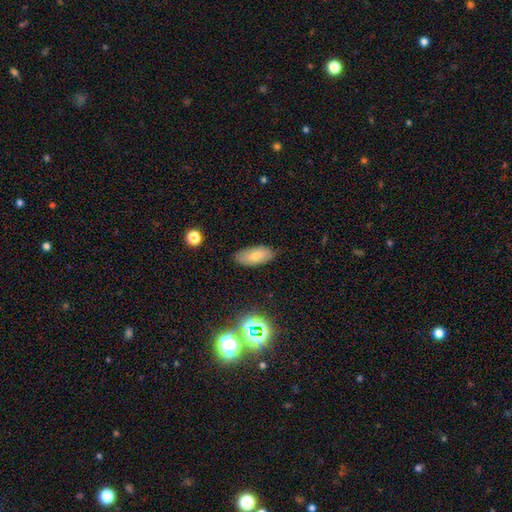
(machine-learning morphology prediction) Overall: smooth (73%). How rounded: in between (89%). Merging: none (82%).